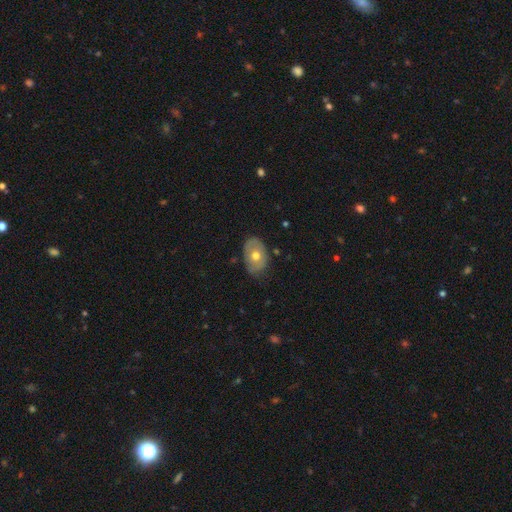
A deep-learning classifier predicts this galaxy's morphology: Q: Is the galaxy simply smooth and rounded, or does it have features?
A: smooth — 51%.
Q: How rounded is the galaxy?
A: in between — 78%.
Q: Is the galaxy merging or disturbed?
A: none — 71%.